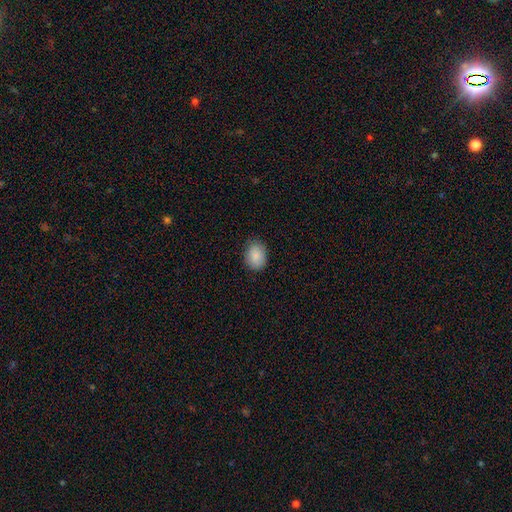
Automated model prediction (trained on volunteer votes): smooth-or-featured: smooth: 88% | star or artifact: 7% | featured or disk: 5%
  how-rounded: in between: 66% | round: 33% | cigar-shaped: 1%
  merging: none: 83% | minor disturbance: 13% | major disturbance: 3% | merger: 1%